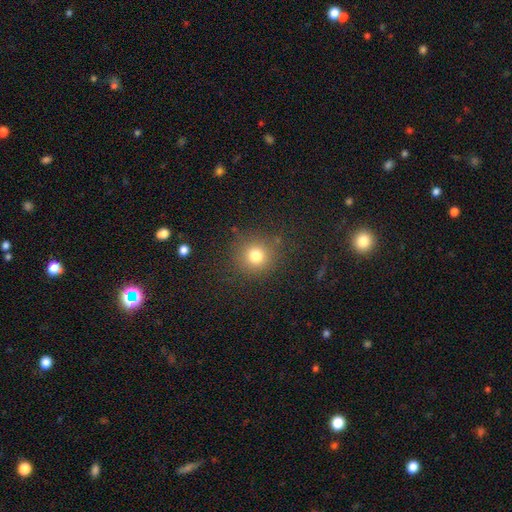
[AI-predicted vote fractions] Morphology: type=smooth (78%); roundness=round (92%); merging=none (85%).